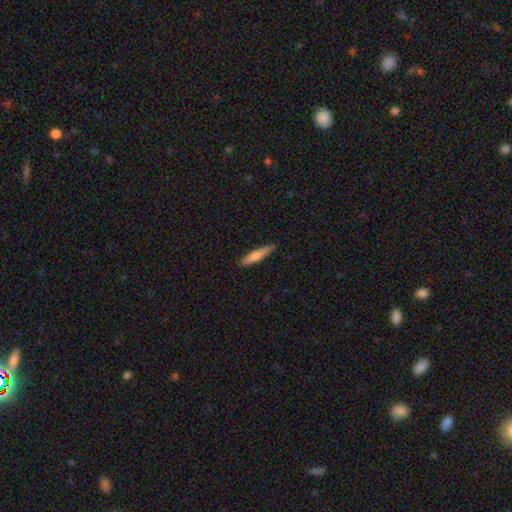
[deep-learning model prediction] The model was most divided on "smooth or featured": smooth: 67%, featured or disk: 27%, star or artifact: 6%. More confident: merging — none (88%); how rounded — cigar-shaped (88%).